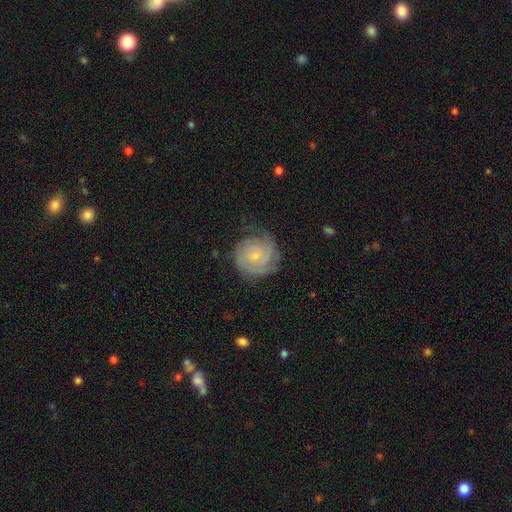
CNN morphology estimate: Q: Smooth or featured?
A: featured or disk (69%); runner-up: smooth (24%)
Q: Edge-on disk?
A: no (98%); runner-up: yes (2%)
Q: Bar?
A: no (74%); runner-up: weak (22%)
Q: Spiral arms?
A: yes (91%); runner-up: no (9%)
Q: Spiral winding?
A: tight (69%); runner-up: medium (24%)
Q: Spiral arm count?
A: can't tell (37%); runner-up: 2 (27%)
Q: Bulge size?
A: small (76%); runner-up: moderate (17%)
Q: Merging?
A: none (67%); runner-up: minor disturbance (21%)